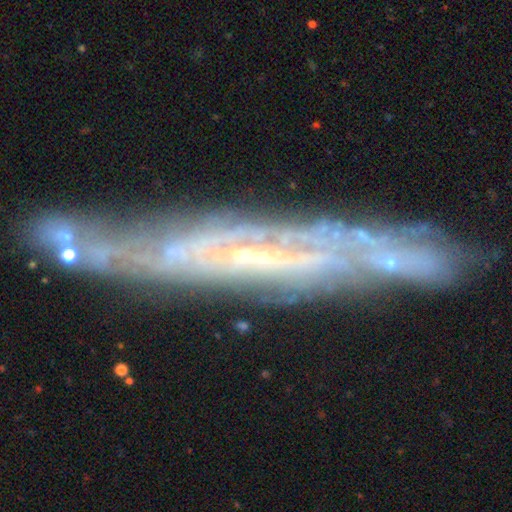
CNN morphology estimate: This appears to be a featured or disk galaxy (73%) viewed edge-on (65%). Merging: none (75%).